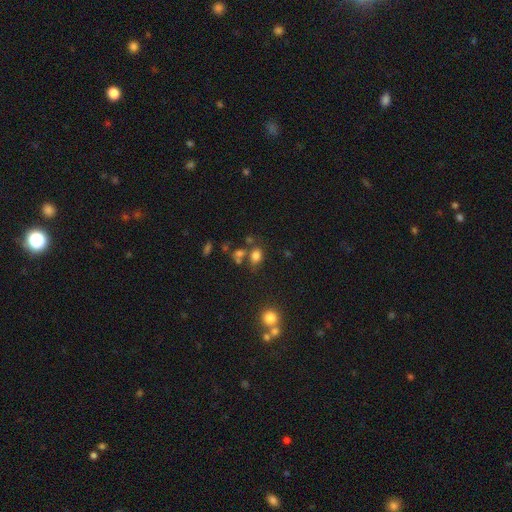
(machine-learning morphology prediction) smooth-or-featured: smooth: 77% | star or artifact: 15% | featured or disk: 8%
  how-rounded: in between: 57% | round: 42% | cigar-shaped: 1%
  merging: none: 56% | merger: 23% | minor disturbance: 14% | major disturbance: 7%